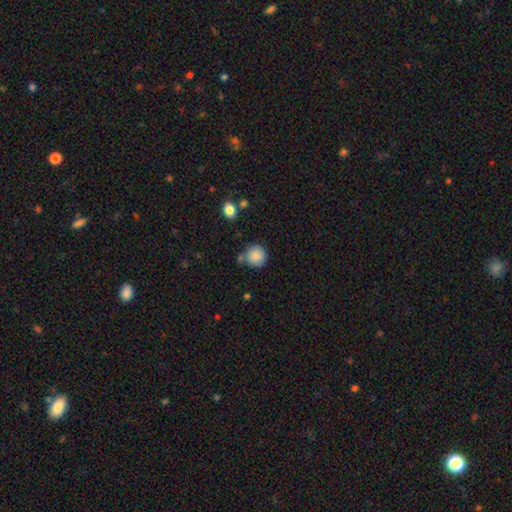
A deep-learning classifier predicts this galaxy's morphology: type=smooth (88%); roundness=round (90%); merging=none (66%).